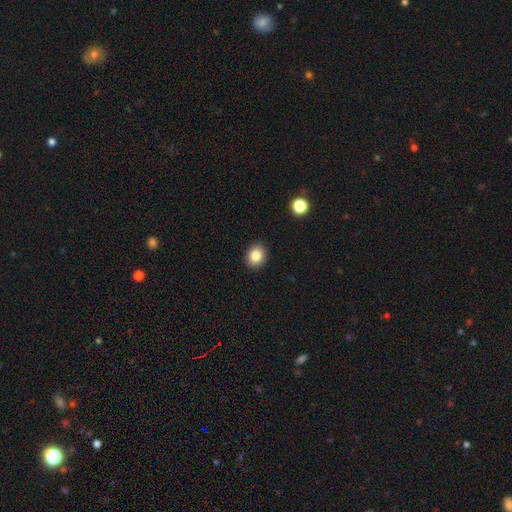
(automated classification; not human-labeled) A smooth galaxy with no disk features (85%) that is round (65%).

Vote fractions:
- Smooth or featured? smooth: 85% / star or artifact: 10% / featured or disk: 5%
- How rounded? round: 65% / in between: 34% / cigar-shaped: 1%
- Merging? none: 90% / minor disturbance: 7% / major disturbance: 2% / merger: 1%